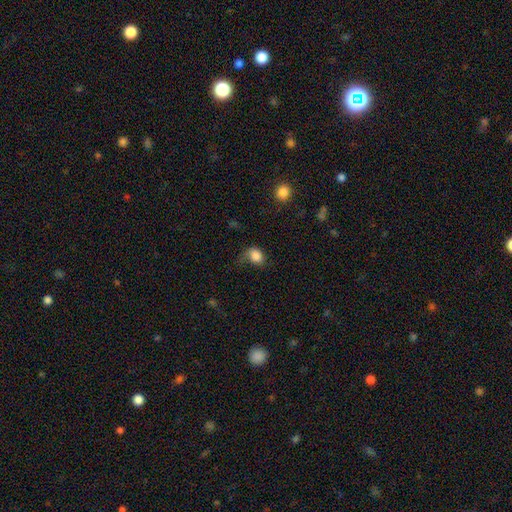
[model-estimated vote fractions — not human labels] Smooth or featured: smooth — 83% (star or artifact — 9%)
How rounded: in between — 52% (round — 47%)
Merging: none — 39% (minor disturbance — 32%)